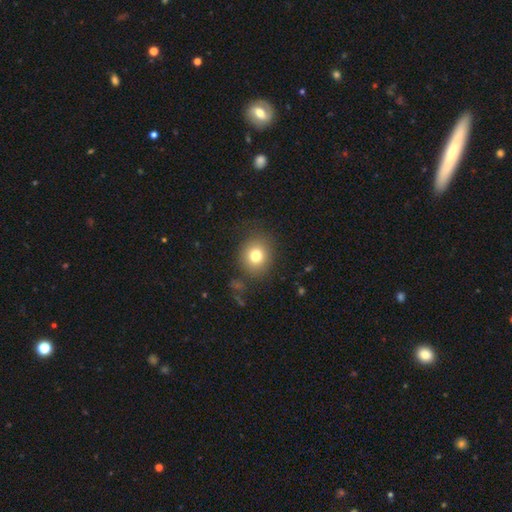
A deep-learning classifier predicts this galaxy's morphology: type=smooth (78%); roundness=round (78%); merging=none (83%).